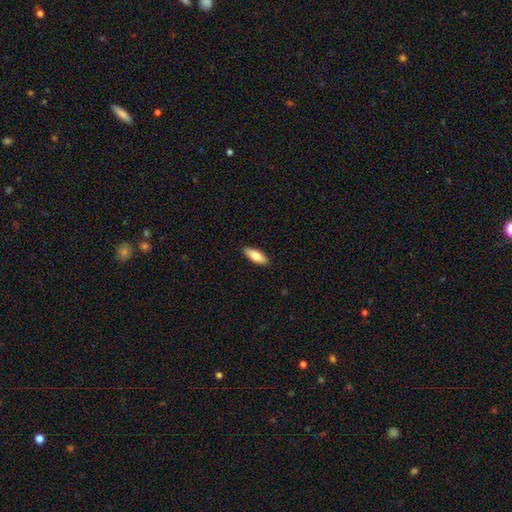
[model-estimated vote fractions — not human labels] The model was most divided on "how rounded": in between: 68%, cigar-shaped: 30%, round: 2%. More confident: merging — none (90%); smooth or featured — smooth (76%).